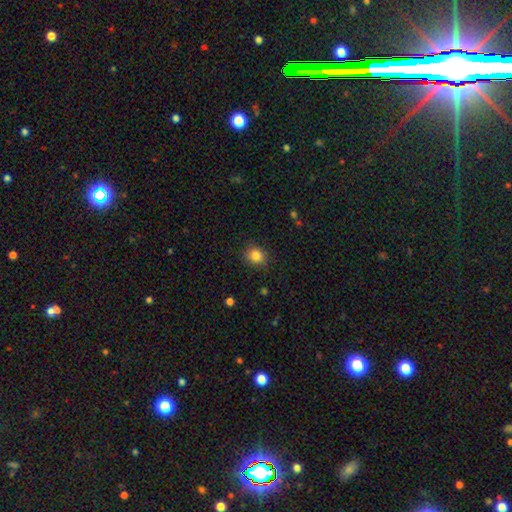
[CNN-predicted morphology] This appears to be a smooth galaxy with no disk features (84%) that is round (73%). Merging: none (86%).